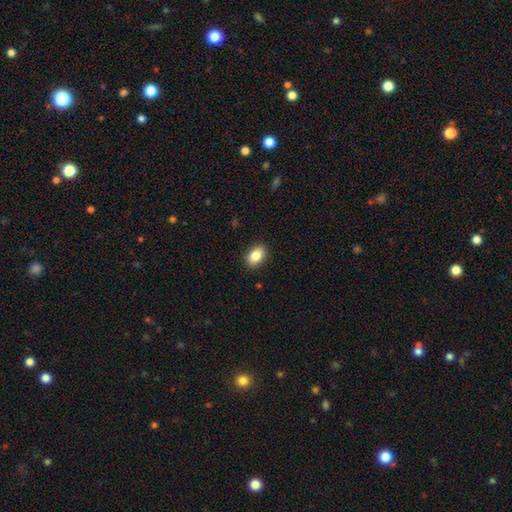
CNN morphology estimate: smooth-or-featured: smooth: 85% | star or artifact: 8% | featured or disk: 7%
  how-rounded: in between: 84% | round: 15% | cigar-shaped: 2%
  merging: none: 89% | minor disturbance: 8% | major disturbance: 2% | merger: 1%